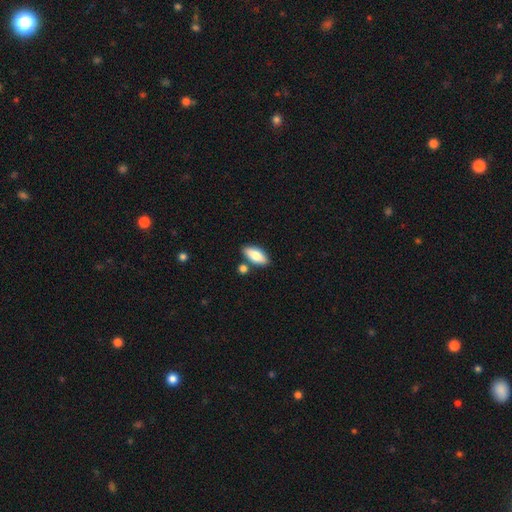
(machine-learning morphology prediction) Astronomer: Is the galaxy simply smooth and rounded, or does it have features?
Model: smooth — 81%.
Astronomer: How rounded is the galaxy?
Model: in between — 83%.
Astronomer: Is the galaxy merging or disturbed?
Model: none — 78%.